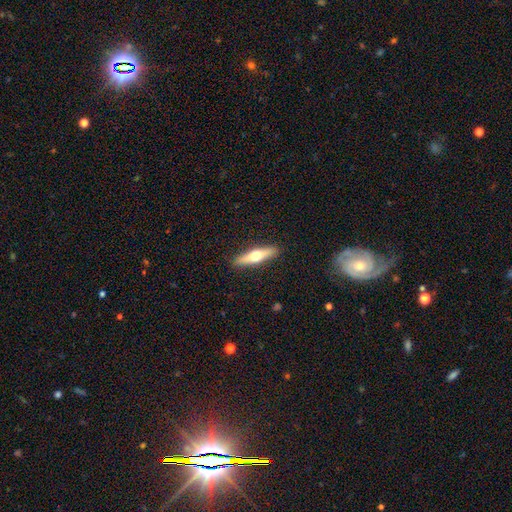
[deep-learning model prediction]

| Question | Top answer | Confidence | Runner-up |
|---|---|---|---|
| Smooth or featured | featured or disk | 52% | smooth (42%) |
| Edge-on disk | yes | 94% | no (6%) |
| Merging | none | 91% | minor disturbance (6%) |